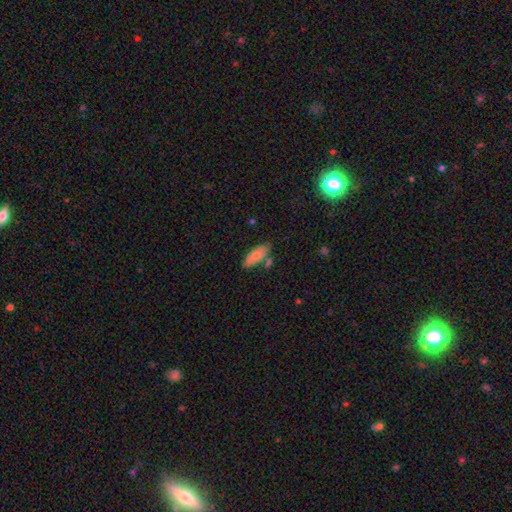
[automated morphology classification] type=smooth (81%); roundness=in between (74%); merging=none (69%).